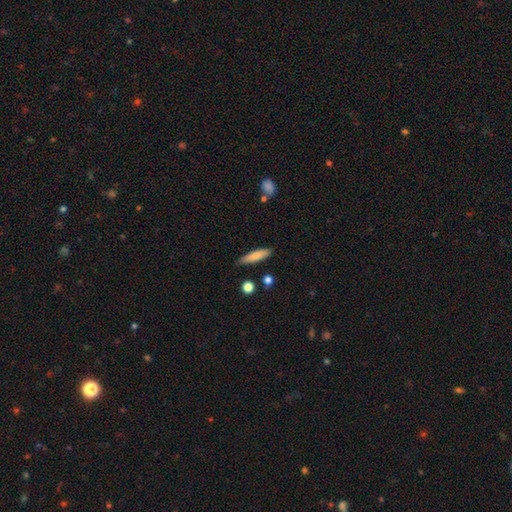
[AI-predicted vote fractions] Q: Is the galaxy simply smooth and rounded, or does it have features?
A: smooth — 77%.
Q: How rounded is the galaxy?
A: cigar-shaped — 75%.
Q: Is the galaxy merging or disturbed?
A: none — 83%.